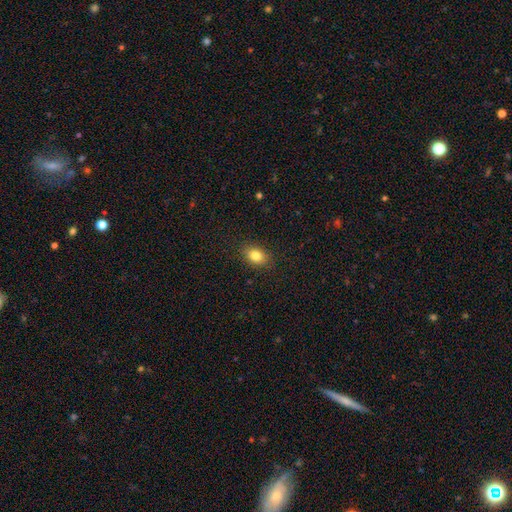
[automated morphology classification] A smooth galaxy with no disk features (83%) that is in between round and cigar-shaped (76%). Merging: none (88%).